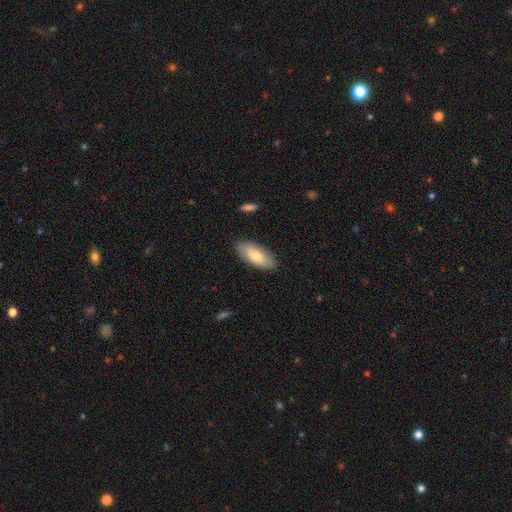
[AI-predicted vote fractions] Overall: smooth (78%). How rounded: in between (87%). Merging: none (87%).